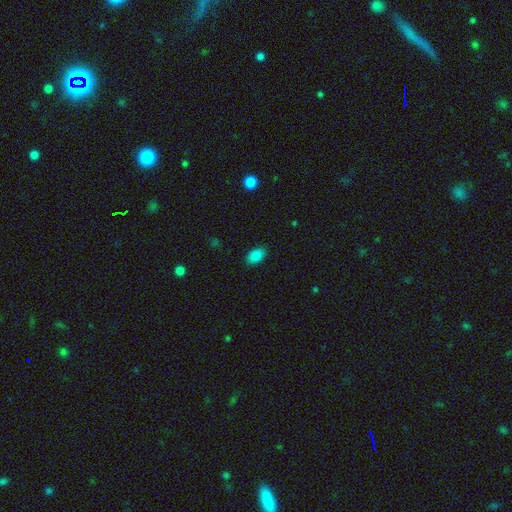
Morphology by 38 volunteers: A smooth galaxy with no disk features (89%) that is in between round and cigar-shaped (94%). Merging: none (94%).